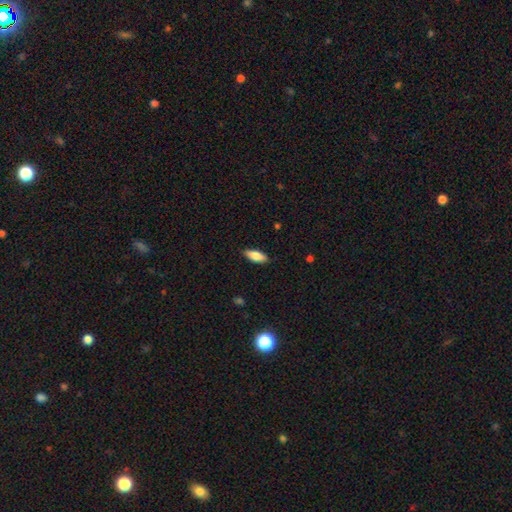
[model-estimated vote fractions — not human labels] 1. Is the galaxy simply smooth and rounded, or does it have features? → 81% smooth, 13% featured or disk, 6% star or artifact.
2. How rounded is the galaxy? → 75% in between, 23% cigar-shaped, 2% round.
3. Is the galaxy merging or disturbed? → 88% none, 10% minor disturbance, 2% major disturbance, 1% merger.